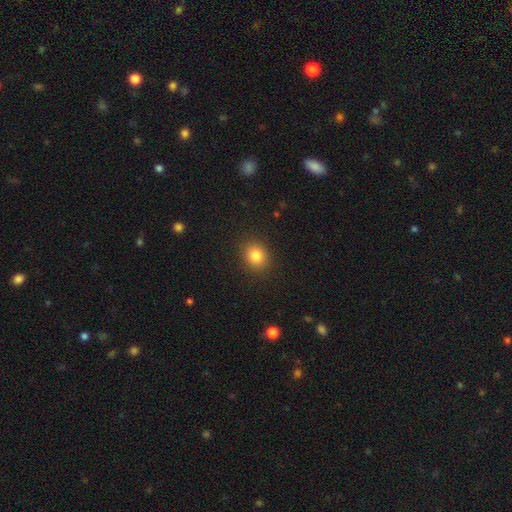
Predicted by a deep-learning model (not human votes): Smooth or featured: smooth — 83% (star or artifact — 11%)
How rounded: round — 70% (in between — 29%)
Merging: none — 89% (minor disturbance — 7%)